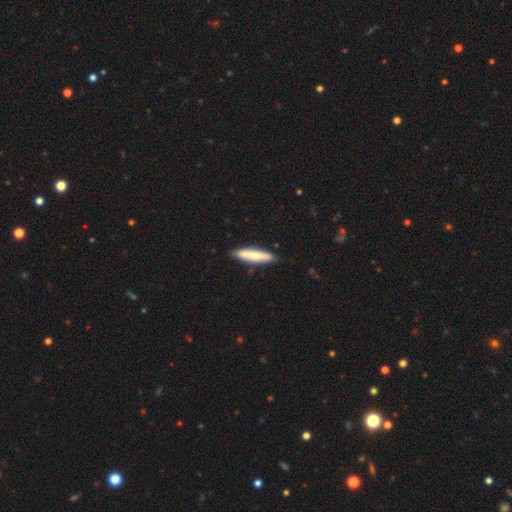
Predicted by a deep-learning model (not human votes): smooth-or-featured: smooth: 71% | featured or disk: 24% | star or artifact: 5%
  how-rounded: cigar-shaped: 83% | in between: 15% | round: 1%
  merging: none: 86% | minor disturbance: 10% | major disturbance: 2% | merger: 1%